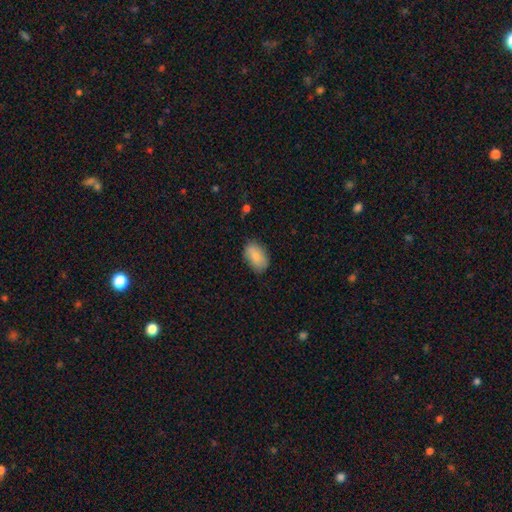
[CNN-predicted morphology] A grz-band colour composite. It shows a smooth galaxy with no disk features (87%) that is in between round and cigar-shaped (92%). Merging: none (77%).